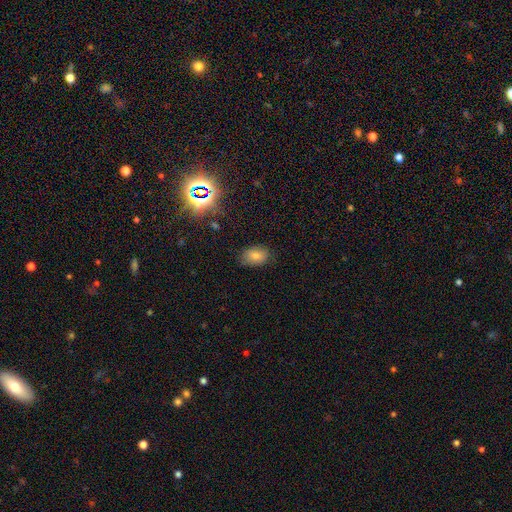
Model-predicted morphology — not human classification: smooth_or_featured: smooth (p=0.79) [alt: star or artifact p=0.12]
how_rounded: in between (p=0.85) [alt: round p=0.14]
merging: none (p=0.80) [alt: minor disturbance p=0.16]